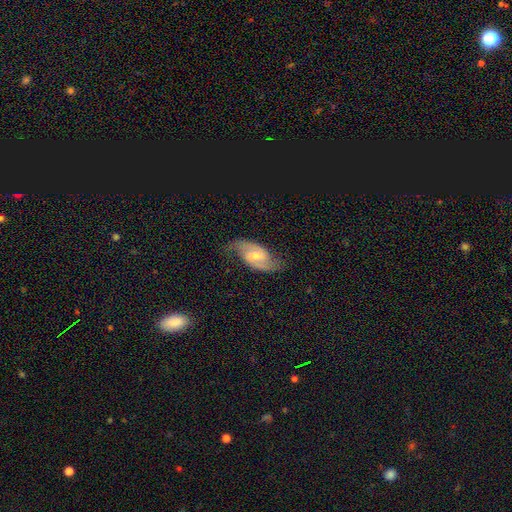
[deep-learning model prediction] Smooth or featured? featured or disk (85%)
Edge-on disk? no (96%)
Bar? weak (55%)
Spiral arms? yes (96%)
Spiral winding? medium (51%)
Spiral arm count? 2 (92%)
Bulge size? small (48%)
Merging? none (78%)